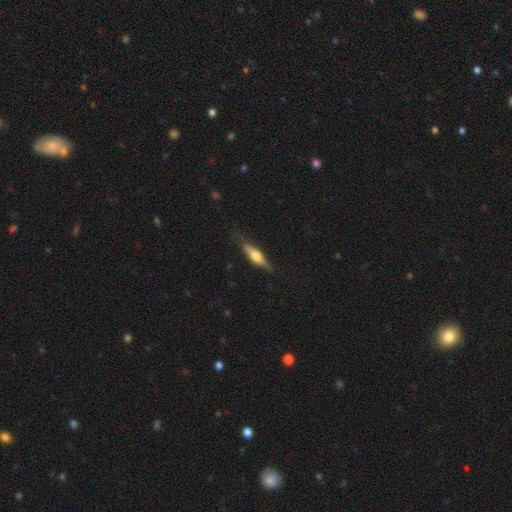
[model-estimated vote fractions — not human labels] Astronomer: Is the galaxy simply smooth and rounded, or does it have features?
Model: featured or disk — 51% (runner-up: smooth, 43%).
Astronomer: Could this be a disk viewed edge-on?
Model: yes — 93%.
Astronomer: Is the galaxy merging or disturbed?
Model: none — 79%.